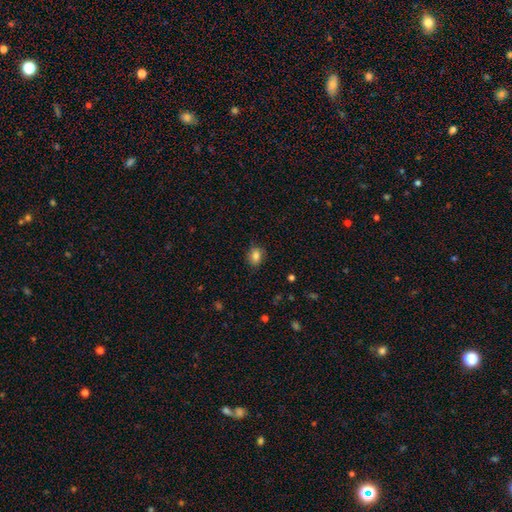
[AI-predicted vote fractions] Smooth or featured? smooth (83%)
How rounded? in between (63%)
Merging? none (80%)